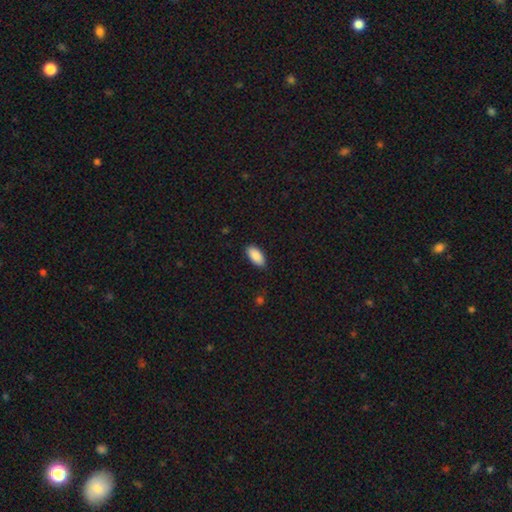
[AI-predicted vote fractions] smooth_or_featured: smooth (p=0.89) [alt: star or artifact p=0.06]
how_rounded: in between (p=0.91) [alt: cigar-shaped p=0.07]
merging: none (p=0.88) [alt: minor disturbance p=0.09]